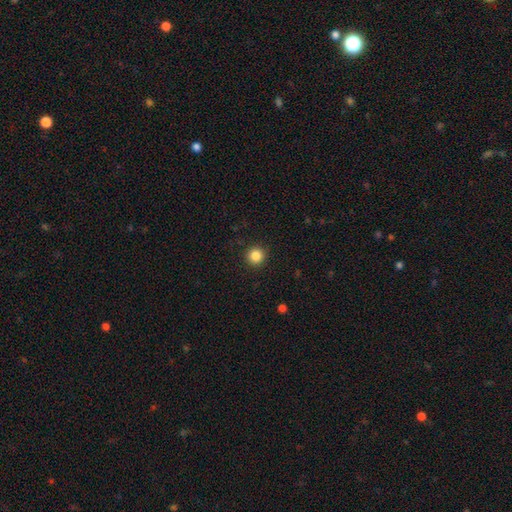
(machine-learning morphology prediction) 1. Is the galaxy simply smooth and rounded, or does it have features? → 86% smooth, 11% star or artifact, 4% featured or disk.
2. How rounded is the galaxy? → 95% round, 4% in between, 1% cigar-shaped.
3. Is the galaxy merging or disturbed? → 92% none, 5% minor disturbance, 2% major disturbance, 1% merger.